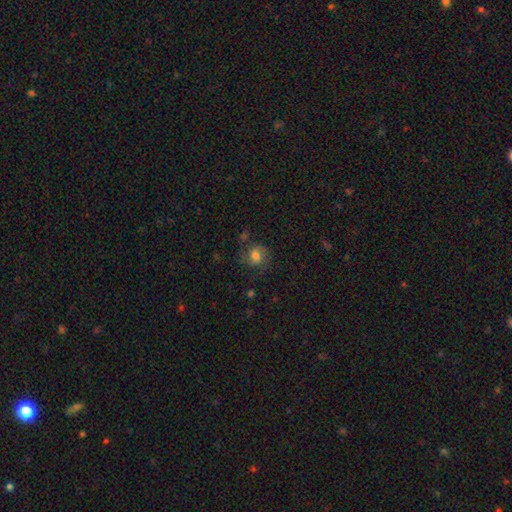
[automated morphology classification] A smooth galaxy with no disk features (47%).

Vote fractions:
- Smooth or featured? smooth: 47% / featured or disk: 40% / star or artifact: 12%
- Merging? none: 66% / minor disturbance: 20% / major disturbance: 11% / merger: 3%